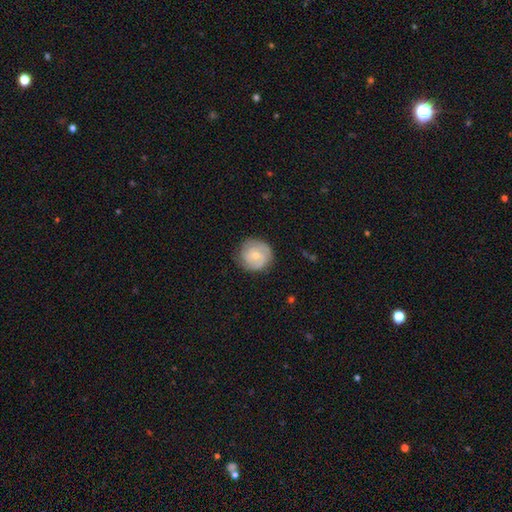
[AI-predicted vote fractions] Smooth or featured: featured or disk — 59% (smooth — 35%)
Edge-on disk: no — 98% (yes — 2%)
Bar: no — 73% (weak — 24%)
Spiral arms: yes — 85% (no — 15%)
Bulge size: small — 54% (moderate — 42%)
Merging: none — 79% (minor disturbance — 16%)